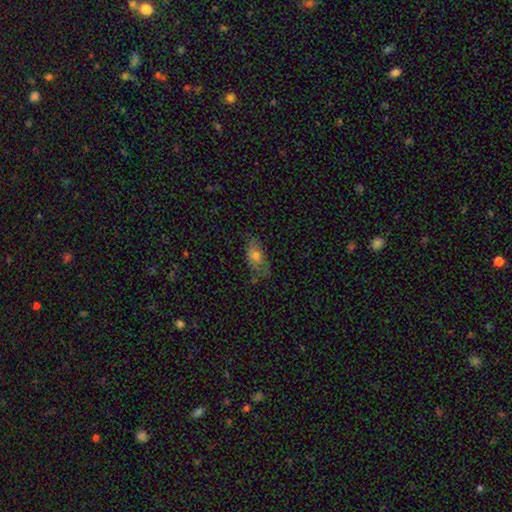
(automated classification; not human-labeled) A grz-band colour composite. It shows a smooth galaxy with no disk features (70%) that is in between round and cigar-shaped (86%). Merging: none (58%).